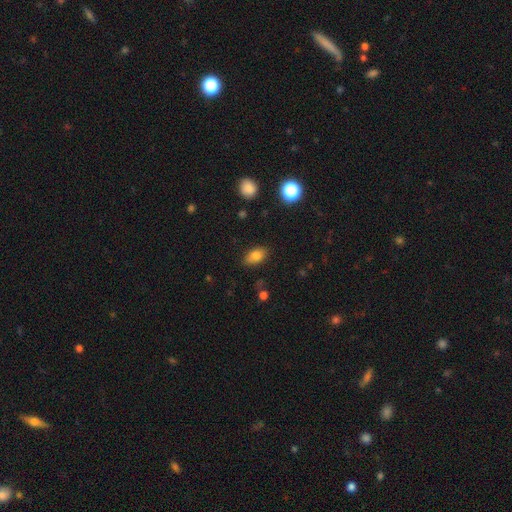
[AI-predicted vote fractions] The model was most divided on "merging": none: 82%, minor disturbance: 13%, major disturbance: 3%, merger: 1%. More confident: how rounded — in between (88%); smooth or featured — smooth (80%).